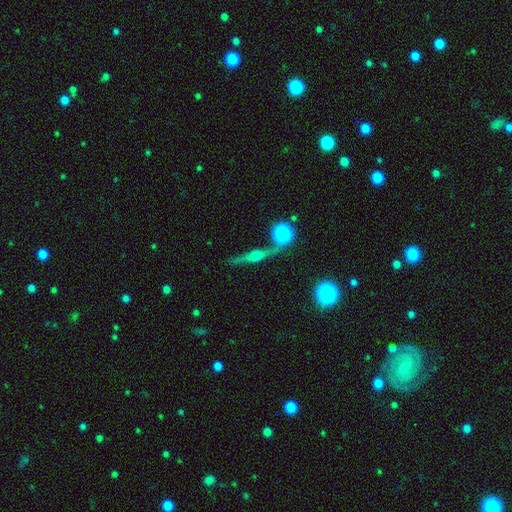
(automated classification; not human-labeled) This is likely a featured or disk galaxy (75%). It is clearly viewed edge-on (94%). Edge-on bulge: clearly rounded (91%). Merging: likely none (77%).